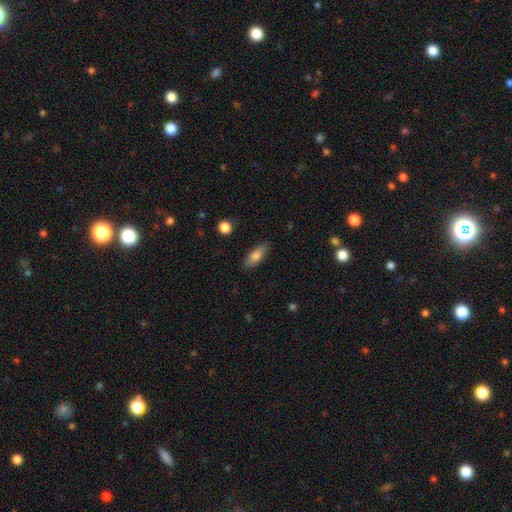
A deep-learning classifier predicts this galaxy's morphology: Smooth or featured? smooth (81%)
How rounded? in between (74%)
Merging? none (85%)